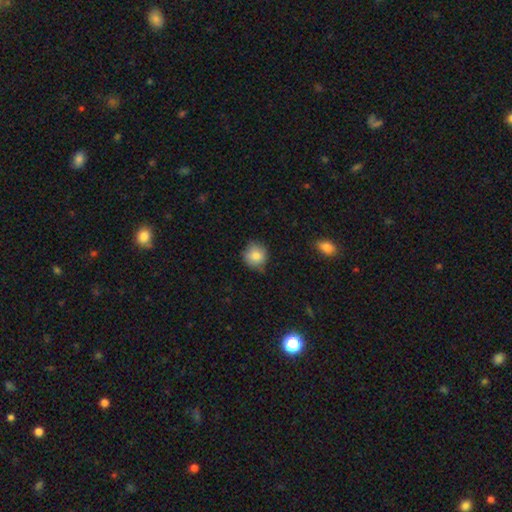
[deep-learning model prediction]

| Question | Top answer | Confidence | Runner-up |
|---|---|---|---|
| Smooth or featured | smooth | 83% | star or artifact (9%) |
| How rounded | round | 90% | in between (9%) |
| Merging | none | 75% | minor disturbance (20%) |